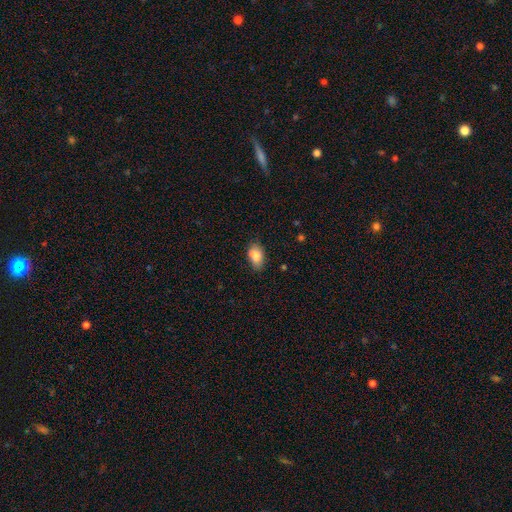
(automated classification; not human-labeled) Q: Smooth or featured?
A: smooth (80%); runner-up: featured or disk (11%)
Q: How rounded?
A: in between (87%); runner-up: round (11%)
Q: Merging?
A: none (68%); runner-up: minor disturbance (22%)